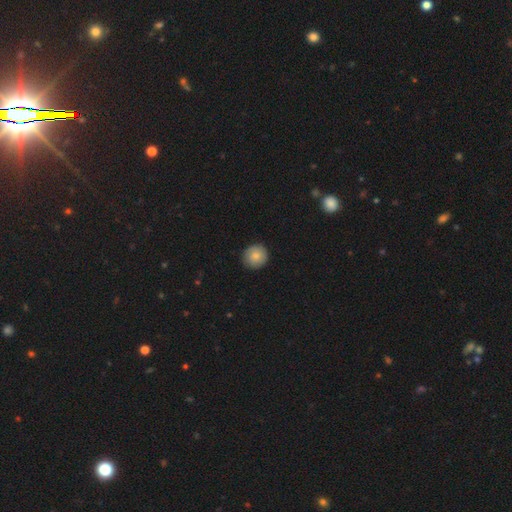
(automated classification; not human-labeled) Smooth or featured? smooth (82%)
How rounded? round (93%)
Merging? none (89%)